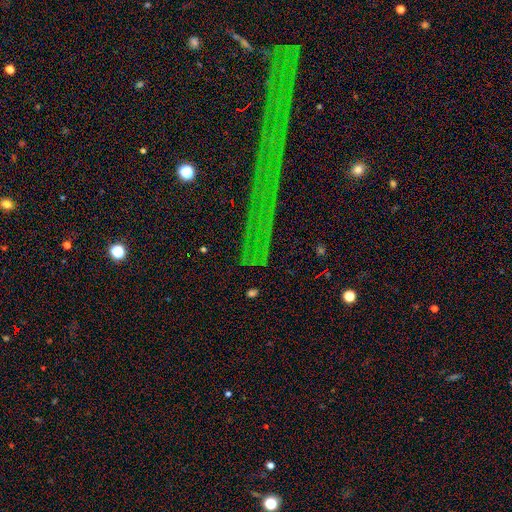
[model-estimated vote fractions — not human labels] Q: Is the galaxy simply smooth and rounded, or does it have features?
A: star or artifact — 68%.